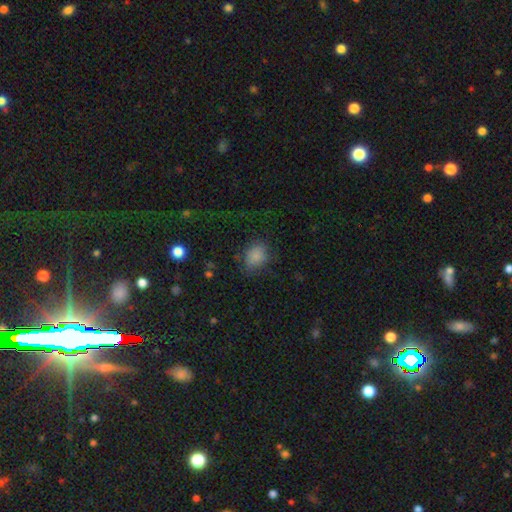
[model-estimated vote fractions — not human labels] A smooth galaxy with no disk features (82%) that is in between round and cigar-shaped (58%).

Vote fractions:
- Smooth or featured? smooth: 82% / star or artifact: 11% / featured or disk: 7%
- How rounded? in between: 58% / round: 41% / cigar-shaped: 1%
- Merging? none: 67% / minor disturbance: 22% / major disturbance: 9% / merger: 2%